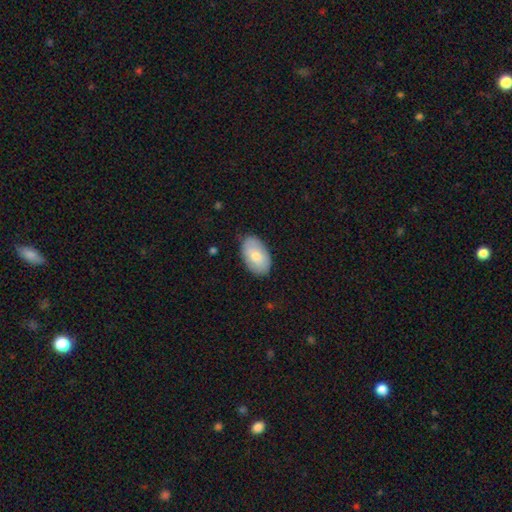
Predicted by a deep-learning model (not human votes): Morphology: type=smooth (73%); roundness=in between (93%); merging=none (83%).